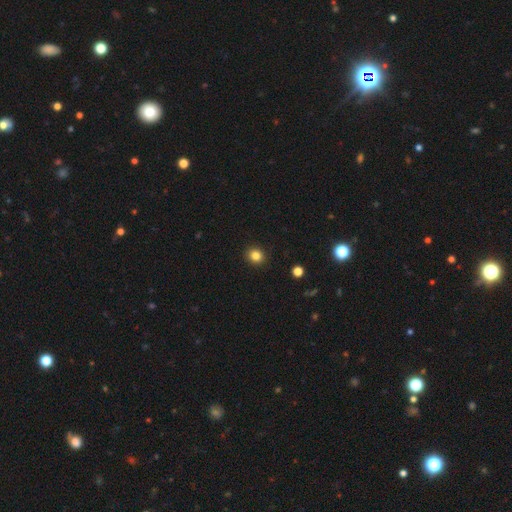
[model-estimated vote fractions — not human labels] This appears to be a smooth galaxy with no disk features (83%) that is round (82%). Merging: none (92%).